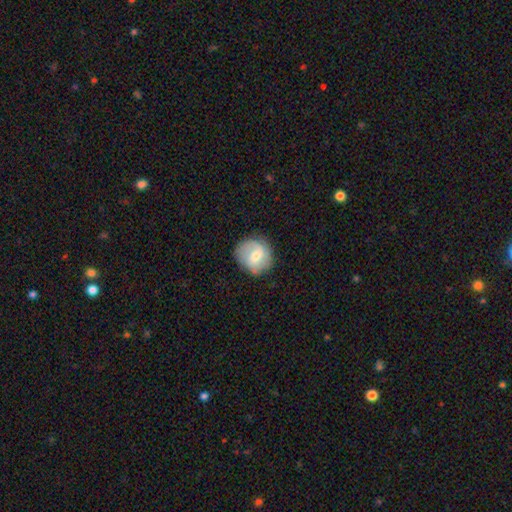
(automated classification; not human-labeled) Overall: featured or disk (47%; smooth 46%). Merging: none (77%).